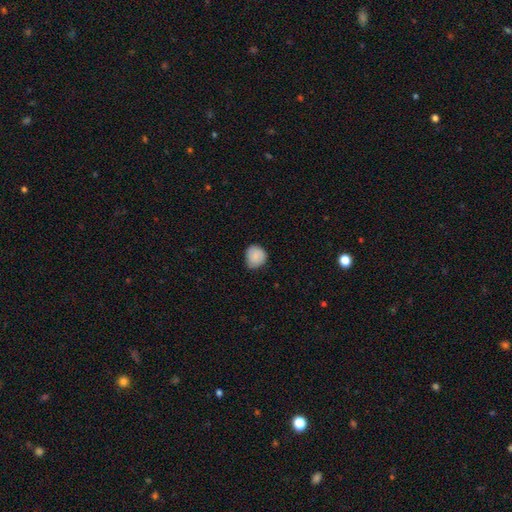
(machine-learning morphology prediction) Smooth or featured?
  - smooth: 85% *
  - star or artifact: 8%
  - featured or disk: 7%
How rounded?
  - round: 84% *
  - in between: 15%
  - cigar-shaped: 1%
Merging?
  - none: 67% *
  - minor disturbance: 28%
  - major disturbance: 4%
  - merger: 1%